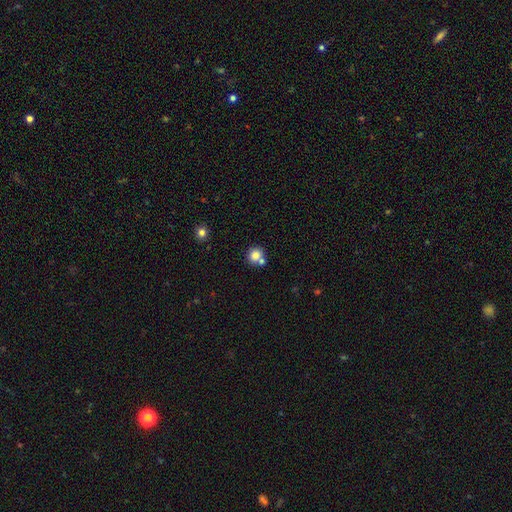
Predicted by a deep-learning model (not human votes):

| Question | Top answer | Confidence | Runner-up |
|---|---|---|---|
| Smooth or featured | smooth | 81% | star or artifact (11%) |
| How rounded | round | 89% | in between (10%) |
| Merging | none | 60% | merger (28%) |